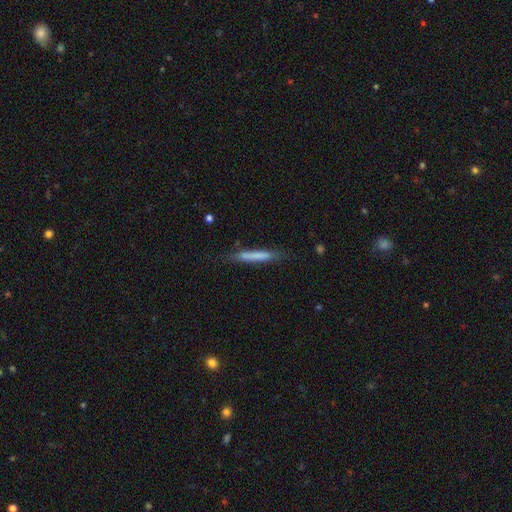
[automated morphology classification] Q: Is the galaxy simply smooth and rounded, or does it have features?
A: smooth — 68%.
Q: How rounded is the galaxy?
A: cigar-shaped — 95%.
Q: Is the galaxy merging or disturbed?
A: none — 76%.